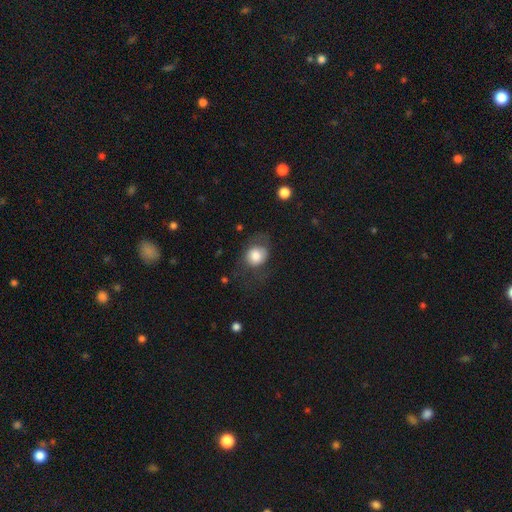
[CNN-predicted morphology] smooth 76%, featured or disk 15%, star or artifact 8%. Down the decision tree: how rounded — round (59%); merging — none (54%).